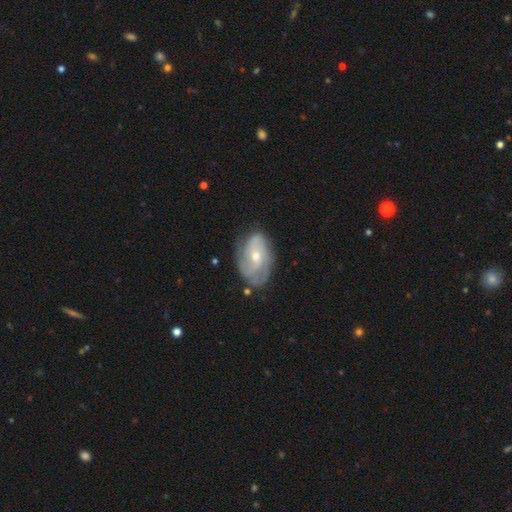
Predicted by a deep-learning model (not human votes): featured or disk 76%, smooth 17%, star or artifact 6%. Down the decision tree: edge-on disk — no (96%); bar — no (56%); spiral arms — yes (90%); spiral arm count — 2 (42%); spiral winding — tight (47%); bulge size — moderate (52%); merging — none (69%).